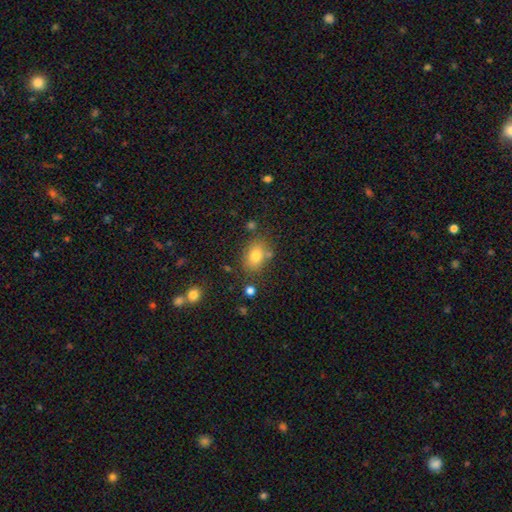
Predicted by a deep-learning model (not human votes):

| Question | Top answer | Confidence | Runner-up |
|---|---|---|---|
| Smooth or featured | smooth | 79% | star or artifact (11%) |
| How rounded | in between | 66% | round (32%) |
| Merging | none | 74% | minor disturbance (14%) |